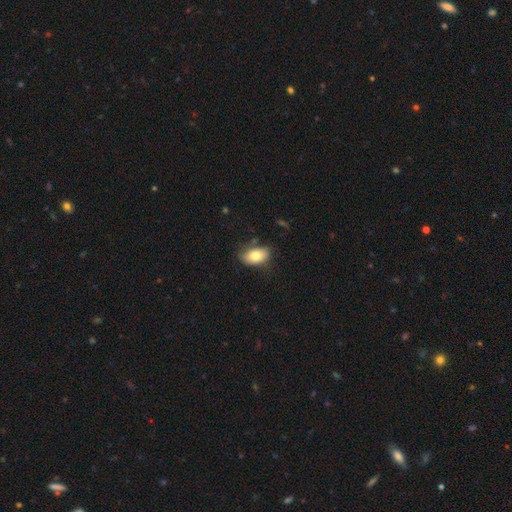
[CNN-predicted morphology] smooth-or-featured: smooth: 79% | featured or disk: 13% | star or artifact: 8%
  how-rounded: in between: 90% | round: 8% | cigar-shaped: 2%
  merging: none: 73% | minor disturbance: 20% | major disturbance: 4% | merger: 2%